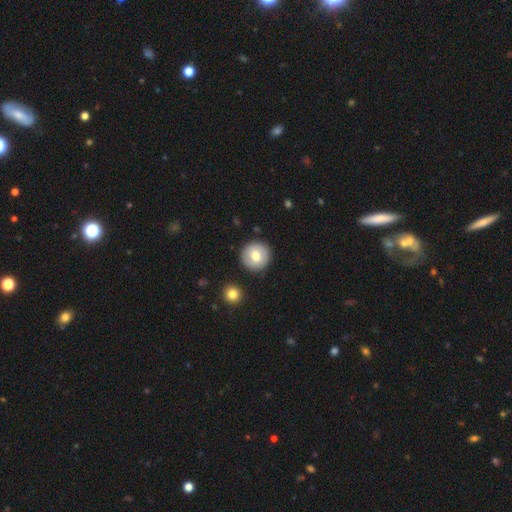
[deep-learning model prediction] Smooth or featured?
  - smooth: 71% *
  - featured or disk: 22%
  - star or artifact: 8%
How rounded?
  - round: 95% *
  - in between: 4%
  - cigar-shaped: 1%
Merging?
  - none: 89% *
  - minor disturbance: 7%
  - merger: 2%
  - major disturbance: 2%